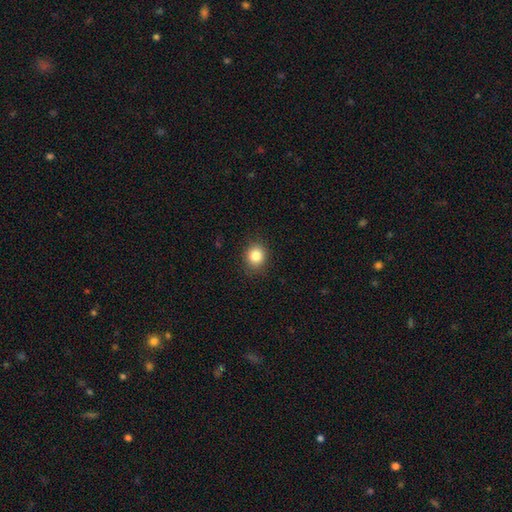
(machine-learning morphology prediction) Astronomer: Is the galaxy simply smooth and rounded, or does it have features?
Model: smooth — 84%.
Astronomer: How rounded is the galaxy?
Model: round — 77%.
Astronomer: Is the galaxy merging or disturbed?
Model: none — 87%.